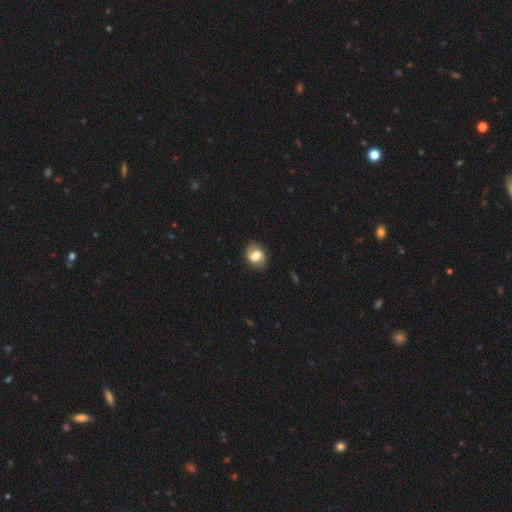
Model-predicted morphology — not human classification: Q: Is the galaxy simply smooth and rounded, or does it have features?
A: smooth — 58%.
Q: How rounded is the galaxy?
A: in between — 52%.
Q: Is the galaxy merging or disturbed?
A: none — 81%.